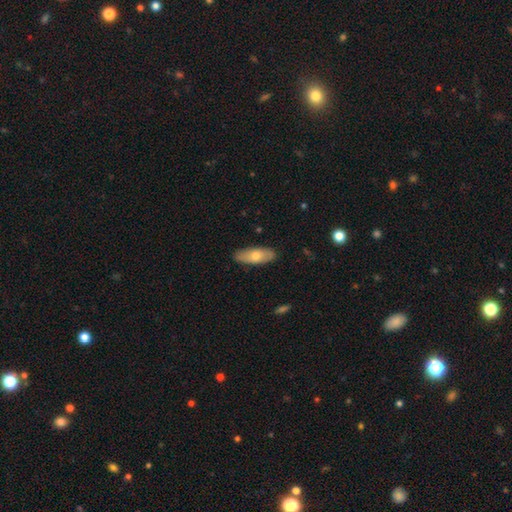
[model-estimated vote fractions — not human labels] Q: Smooth or featured?
A: smooth (69%); runner-up: featured or disk (25%)
Q: How rounded?
A: in between (70%); runner-up: cigar-shaped (28%)
Q: Merging?
A: none (88%); runner-up: minor disturbance (9%)